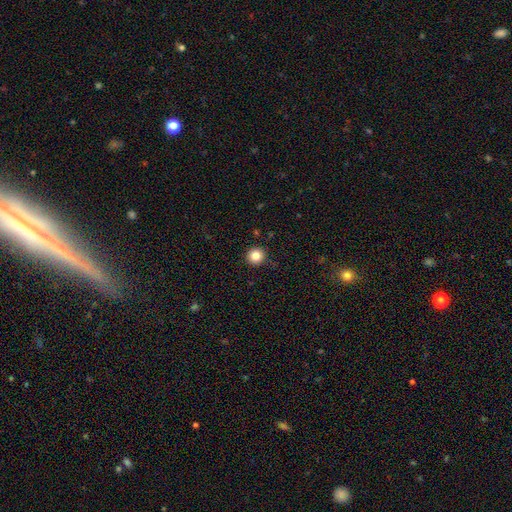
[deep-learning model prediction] A smooth galaxy with no disk features (84%) that is round (94%). Merging: none (92%).